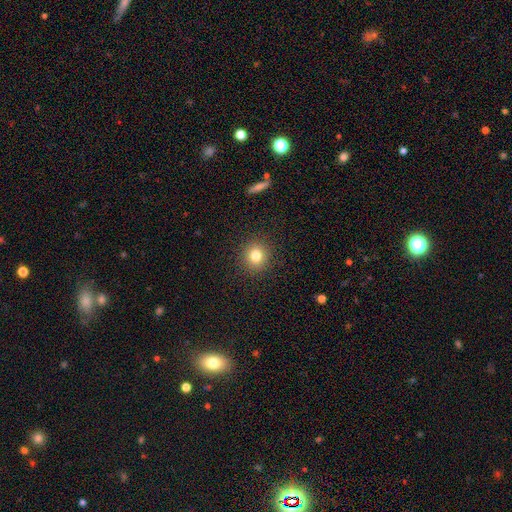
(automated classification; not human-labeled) smooth_or_featured: smooth (p=0.80) [alt: star or artifact p=0.12]
how_rounded: round (p=0.88) [alt: in between p=0.11]
merging: none (p=0.91) [alt: minor disturbance p=0.06]